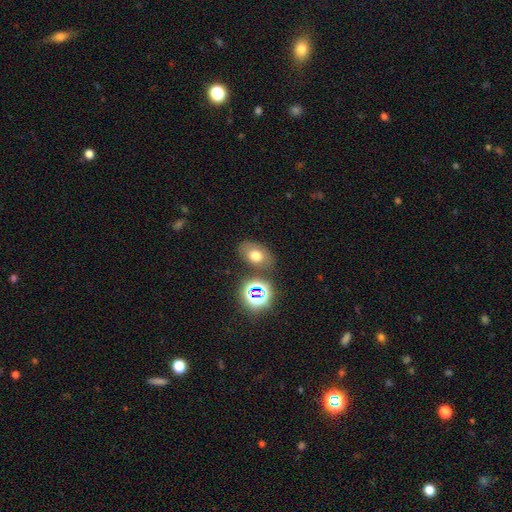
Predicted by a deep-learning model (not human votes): A smooth galaxy with no disk features (64%) that is in between round and cigar-shaped (78%).

Vote fractions:
- Smooth or featured? smooth: 64% / star or artifact: 19% / featured or disk: 16%
- How rounded? in between: 78% / round: 21% / cigar-shaped: 1%
- Merging? none: 75% / minor disturbance: 13% / merger: 8% / major disturbance: 5%